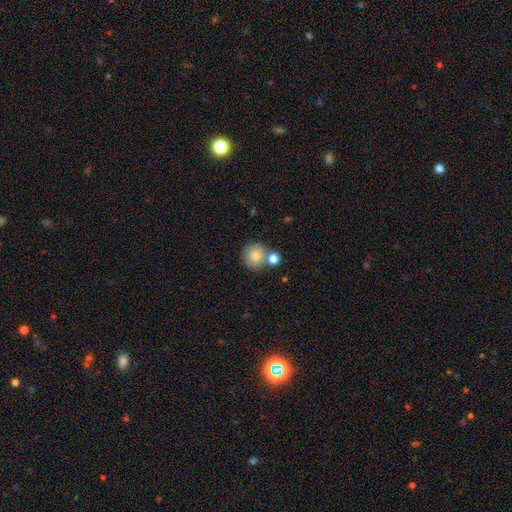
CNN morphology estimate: Overall: smooth (81%). How rounded: round (91%). Merging: none (64%; merger 24%).